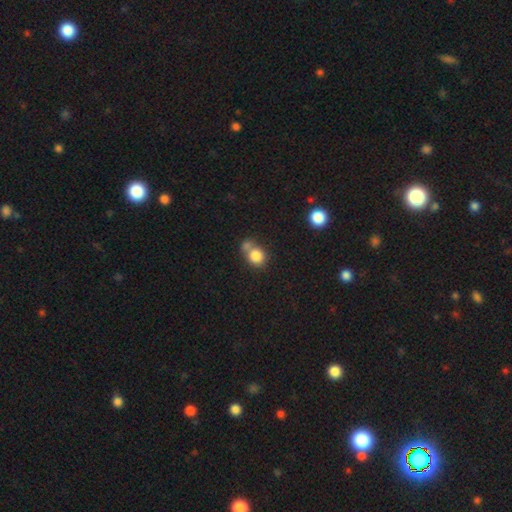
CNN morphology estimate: Smooth or featured? smooth (82%)
How rounded? round (76%)
Merging? none (43%)